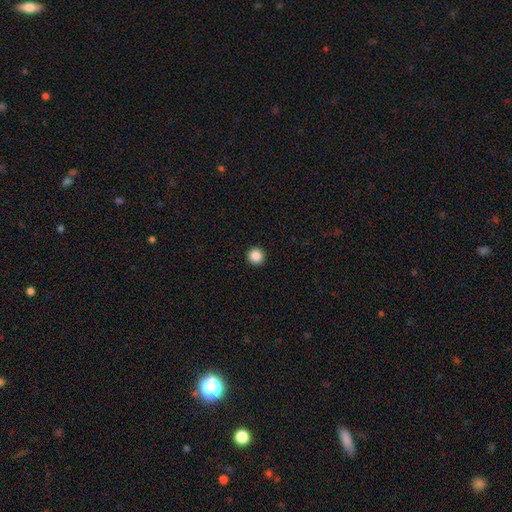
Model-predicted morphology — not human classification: smooth-or-featured: smooth: 87% | star or artifact: 10% | featured or disk: 3%
  how-rounded: round: 96% | in between: 3% | cigar-shaped: 1%
  merging: none: 94% | minor disturbance: 4% | major disturbance: 1% | merger: 1%